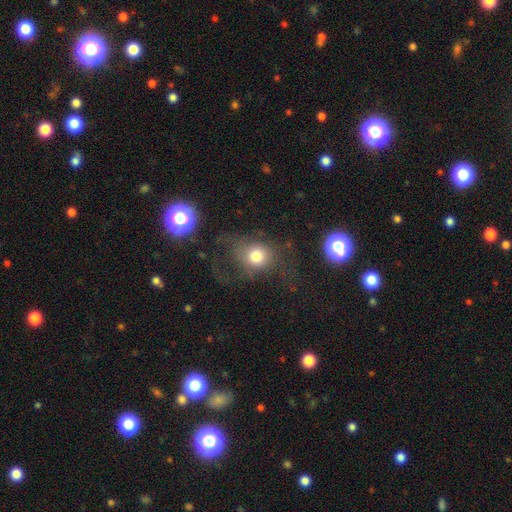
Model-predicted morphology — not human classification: This appears to be a smooth galaxy with no disk features (63%) that is round (72%). Merging: none (44%).